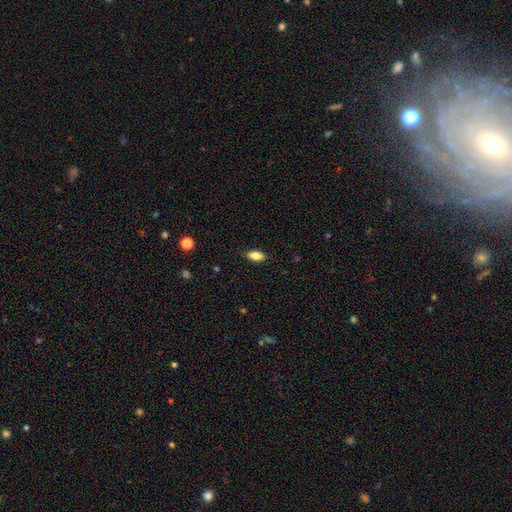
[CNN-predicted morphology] The model was most divided on "merging": none: 87%, minor disturbance: 10%, major disturbance: 2%, merger: 1%. More confident: how rounded — in between (88%); smooth or featured — smooth (87%).